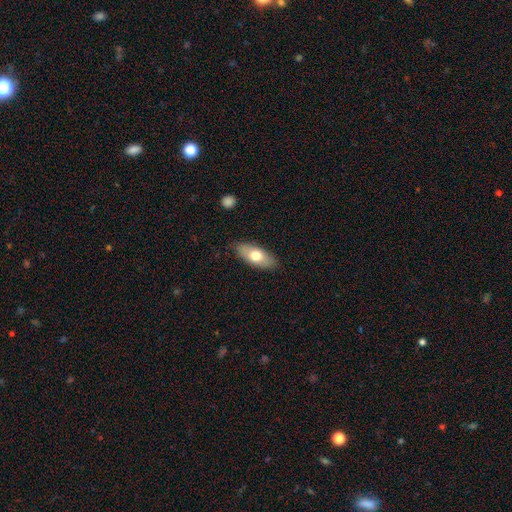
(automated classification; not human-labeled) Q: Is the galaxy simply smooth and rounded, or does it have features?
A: smooth — 68%.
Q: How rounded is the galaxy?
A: in between — 82%.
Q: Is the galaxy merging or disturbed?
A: none — 84%.